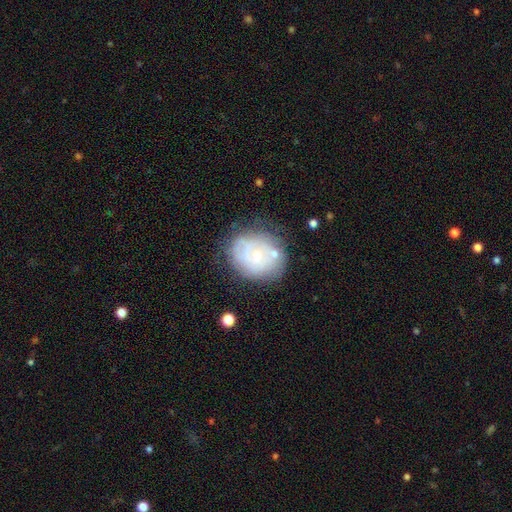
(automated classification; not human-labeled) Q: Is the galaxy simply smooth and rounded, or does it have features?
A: featured or disk — 56%.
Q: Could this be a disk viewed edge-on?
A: no — 97%.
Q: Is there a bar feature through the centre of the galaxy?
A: no — 80%.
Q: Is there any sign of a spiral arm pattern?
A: yes — 56%.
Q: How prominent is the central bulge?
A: small — 64%.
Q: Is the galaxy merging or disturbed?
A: none — 59%.